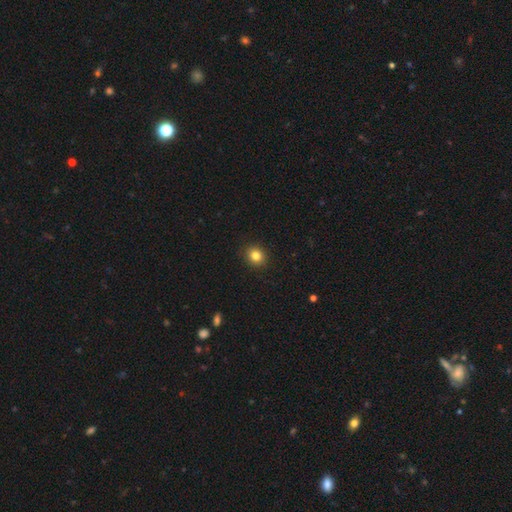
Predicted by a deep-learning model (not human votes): smooth_or_featured: smooth (p=0.84) [alt: star or artifact p=0.11]
how_rounded: round (p=0.79) [alt: in between p=0.20]
merging: none (p=0.92) [alt: minor disturbance p=0.06]